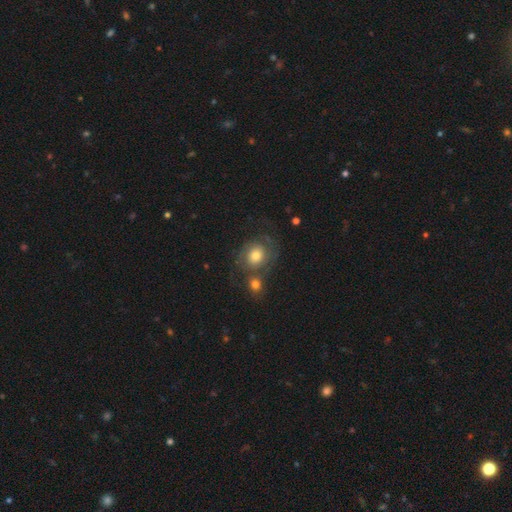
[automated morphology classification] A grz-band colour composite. It shows a featured or disk galaxy (48%). Merging: none (45%).